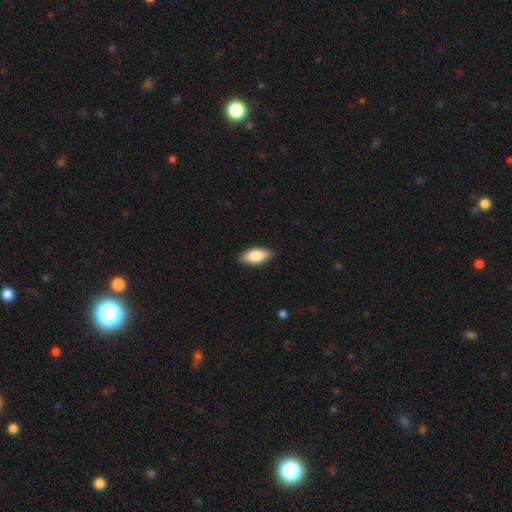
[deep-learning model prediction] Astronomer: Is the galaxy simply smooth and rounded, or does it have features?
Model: smooth — 81%.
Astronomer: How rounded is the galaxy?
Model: in between — 89%.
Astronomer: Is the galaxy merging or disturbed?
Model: none — 87%.